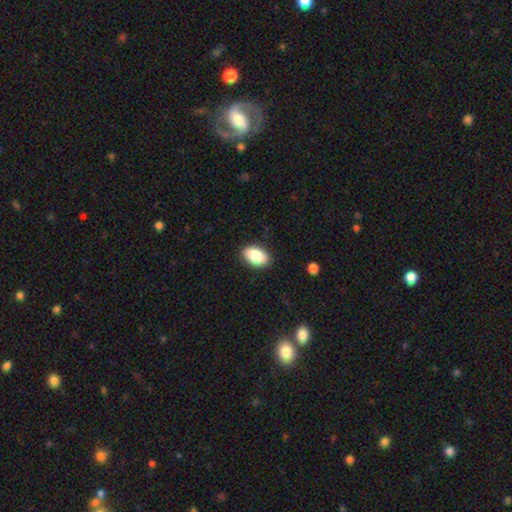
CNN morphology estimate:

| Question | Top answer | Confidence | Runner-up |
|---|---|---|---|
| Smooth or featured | smooth | 87% | star or artifact (7%) |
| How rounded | in between | 91% | round (8%) |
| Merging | none | 88% | minor disturbance (9%) |